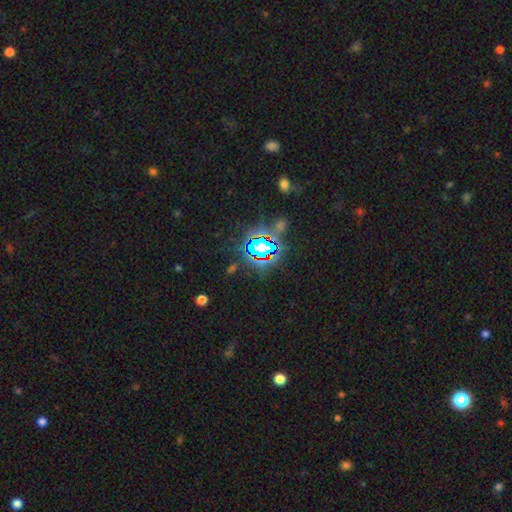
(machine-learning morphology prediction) Smooth or featured: star or artifact — 78% (smooth — 14%)